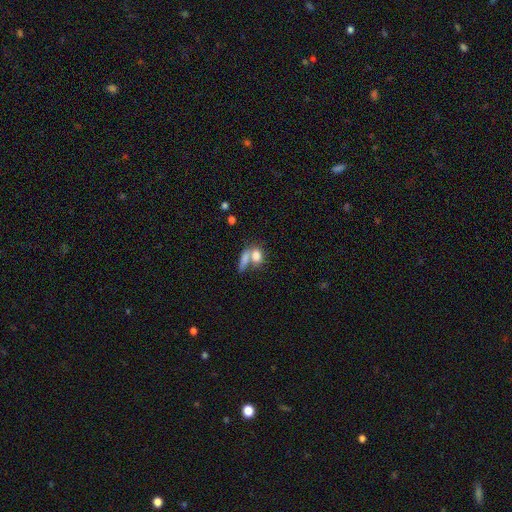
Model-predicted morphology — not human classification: Smooth or featured?
  - smooth: 78% *
  - featured or disk: 13%
  - star or artifact: 9%
How rounded?
  - in between: 71% *
  - round: 19%
  - cigar-shaped: 10%
Merging?
  - merger: 52% *
  - none: 32%
  - minor disturbance: 9%
  - major disturbance: 7%